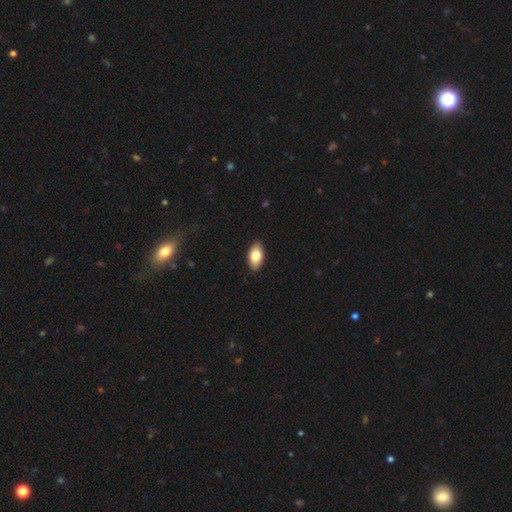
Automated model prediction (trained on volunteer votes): Smooth or featured? smooth (80%)
How rounded? in between (93%)
Merging? none (89%)